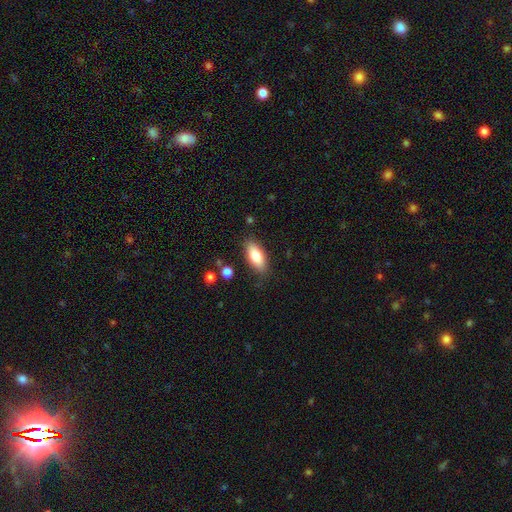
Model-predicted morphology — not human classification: Overall: smooth (77%). How rounded: in between (82%). Merging: none (83%).